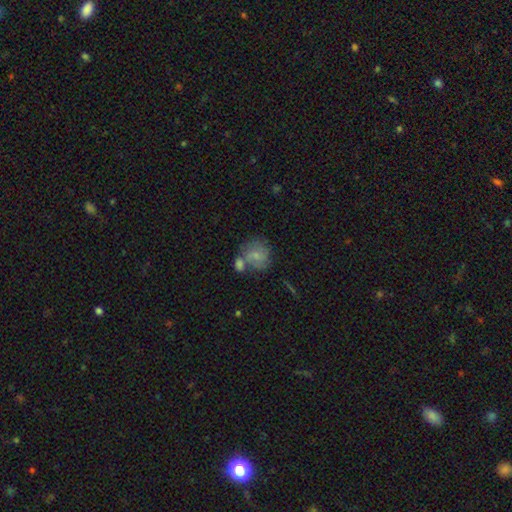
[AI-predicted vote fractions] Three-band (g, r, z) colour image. It shows a smooth galaxy with no disk features (63%) that is round (73%). Merging: none (40%).